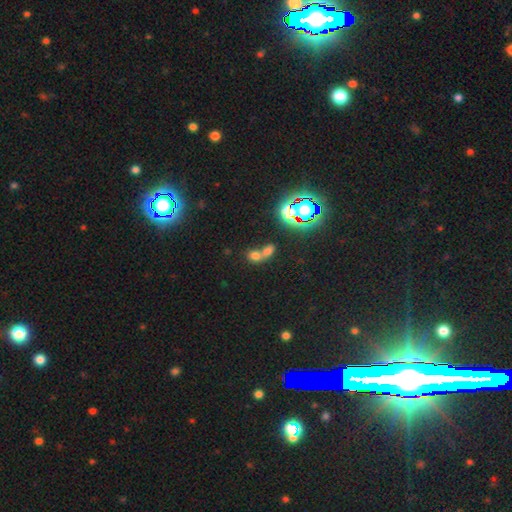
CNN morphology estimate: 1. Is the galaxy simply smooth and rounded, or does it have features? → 60% smooth, 26% star or artifact, 14% featured or disk.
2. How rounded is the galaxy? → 50% round, 47% in between, 3% cigar-shaped.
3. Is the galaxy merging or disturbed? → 69% merger, 22% none, 5% minor disturbance, 4% major disturbance.